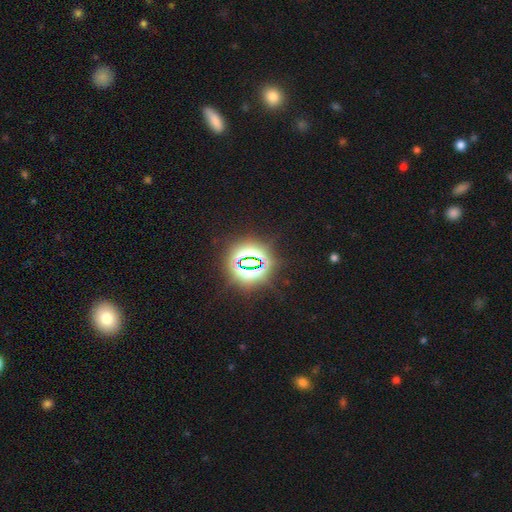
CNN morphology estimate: A star or artifact, not a galaxy (80%).